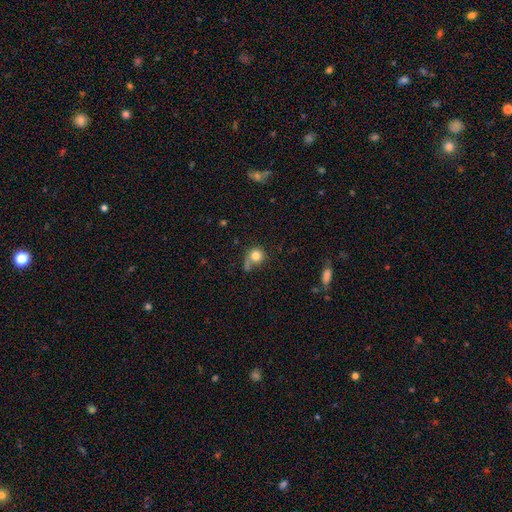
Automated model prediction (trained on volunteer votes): A smooth galaxy with no disk features (79%) that is round (87%). Merging: none (52%).